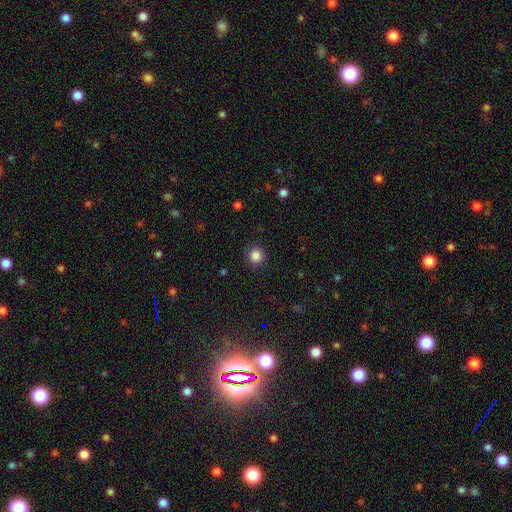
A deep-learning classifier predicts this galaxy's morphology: This is clearly a smooth galaxy (85%). How rounded: clearly round (93%). Merging: clearly none (89%).